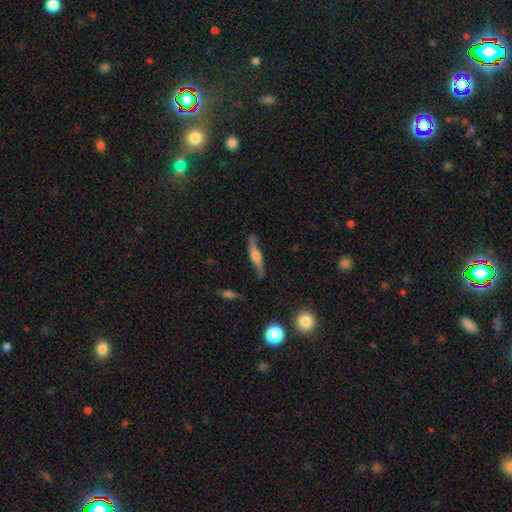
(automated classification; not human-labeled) smooth-or-featured: featured or disk: 59% | smooth: 34% | star or artifact: 7%
  disk-edge-on: yes: 80% | no: 20%
  merging: none: 78% | minor disturbance: 16% | major disturbance: 4% | merger: 2%